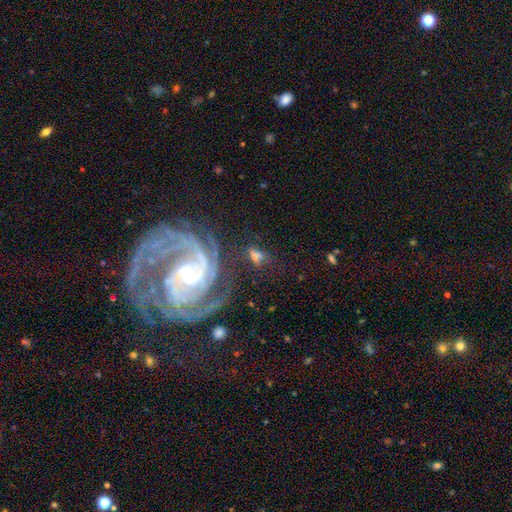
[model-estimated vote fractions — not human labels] Overall: featured or disk (59%; smooth 29%). Edge-on disk: no (92%). Bar: no (41%; weak 37%). Spiral arms: yes (85%). Bulge size: small (49%; moderate 38%). Merging: none (53%; minor disturbance 20%).